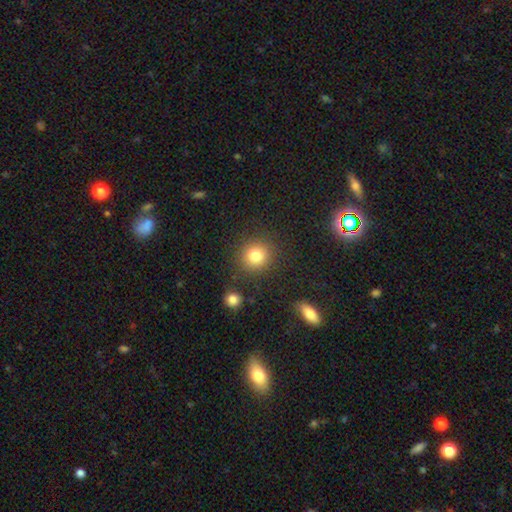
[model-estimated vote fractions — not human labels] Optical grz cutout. It shows a smooth galaxy with no disk features (82%) that is round (88%). Merging: none (86%).